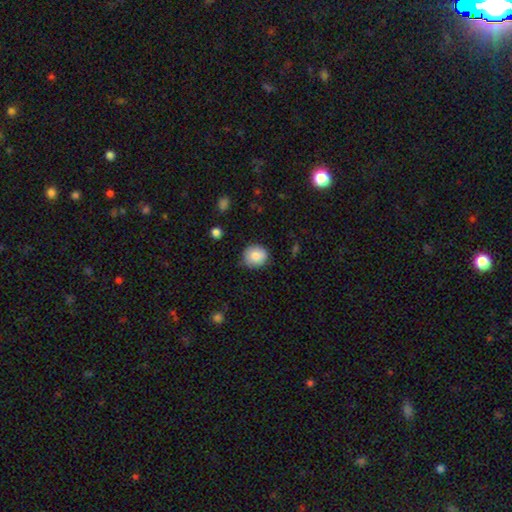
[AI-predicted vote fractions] smooth_or_featured: smooth (p=0.83) [alt: featured or disk p=0.09]
how_rounded: round (p=0.86) [alt: in between p=0.13]
merging: none (p=0.82) [alt: minor disturbance p=0.14]